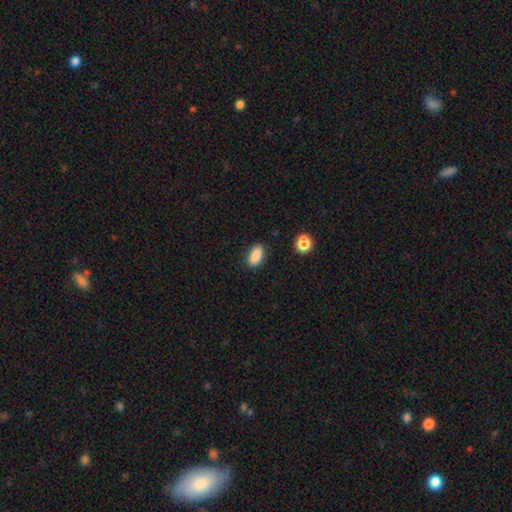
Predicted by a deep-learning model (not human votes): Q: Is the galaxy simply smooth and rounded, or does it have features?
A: smooth — 88%.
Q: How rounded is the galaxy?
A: in between — 89%.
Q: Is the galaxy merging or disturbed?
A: none — 87%.